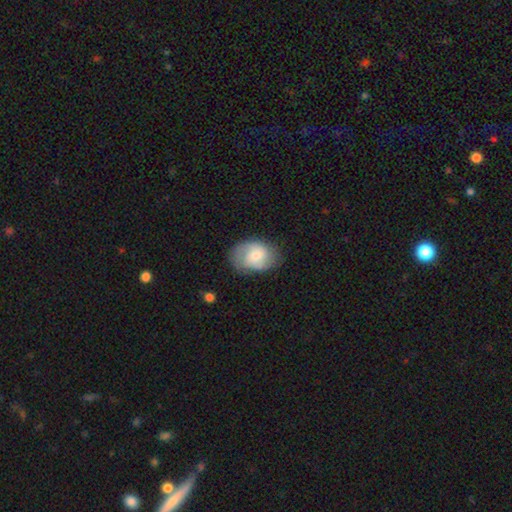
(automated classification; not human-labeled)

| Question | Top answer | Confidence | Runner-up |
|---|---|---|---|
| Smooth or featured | featured or disk | 53% | smooth (40%) |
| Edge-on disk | no | 97% | yes (3%) |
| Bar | no | 53% | weak (40%) |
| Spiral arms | yes | 87% | no (13%) |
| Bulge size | small | 48% | moderate (43%) |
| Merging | none | 72% | minor disturbance (19%) |